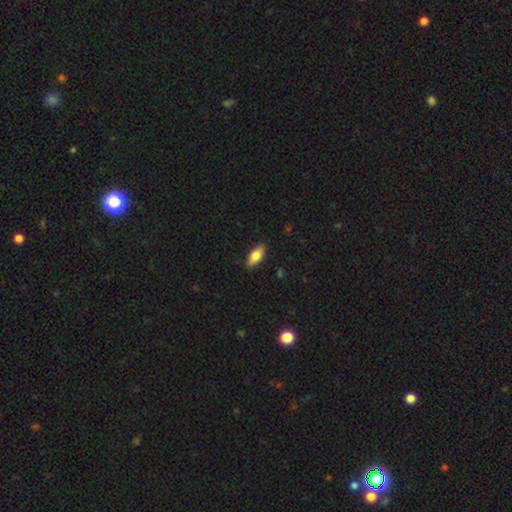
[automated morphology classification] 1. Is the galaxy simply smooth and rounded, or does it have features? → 75% smooth, 18% featured or disk, 7% star or artifact.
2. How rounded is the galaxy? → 83% in between, 14% cigar-shaped, 3% round.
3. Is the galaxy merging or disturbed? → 86% none, 11% minor disturbance, 2% major disturbance, 1% merger.